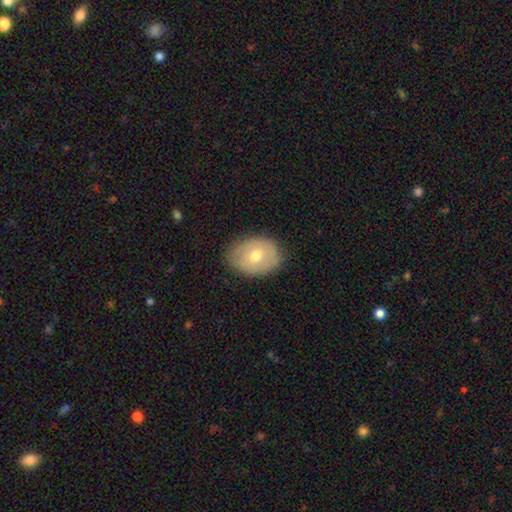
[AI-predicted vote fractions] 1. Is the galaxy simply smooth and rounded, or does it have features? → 59% smooth, 34% featured or disk, 7% star or artifact.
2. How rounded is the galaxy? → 68% in between, 31% round, 1% cigar-shaped.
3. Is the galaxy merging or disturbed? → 79% none, 16% minor disturbance, 3% major disturbance, 1% merger.